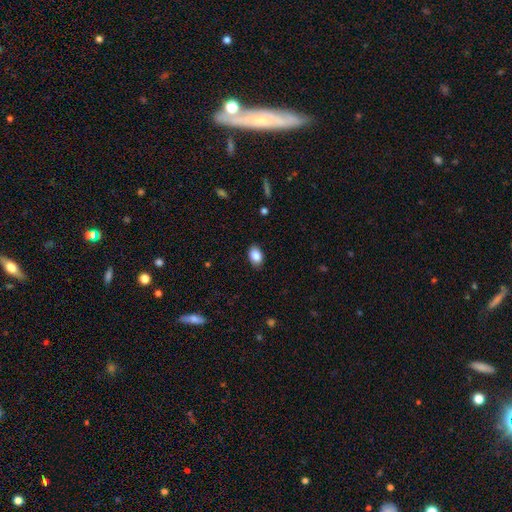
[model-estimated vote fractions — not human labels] smooth_or_featured: smooth (p=0.87) [alt: star or artifact p=0.08]
how_rounded: in between (p=0.86) [alt: round p=0.13]
merging: none (p=0.87) [alt: minor disturbance p=0.10]